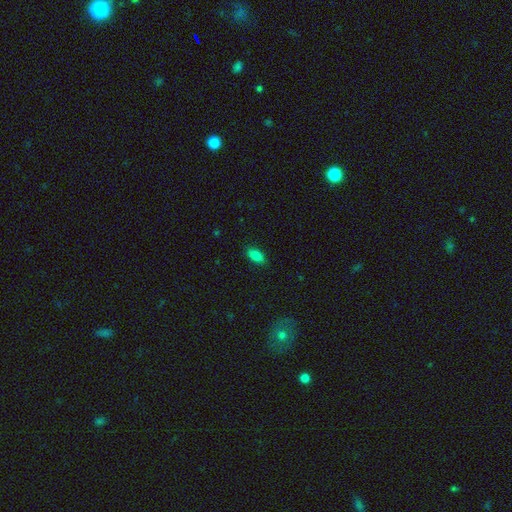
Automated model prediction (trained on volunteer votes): smooth 84%, star or artifact 9%, featured or disk 7%. Down the decision tree: how rounded — in between (89%); merging — none (86%).